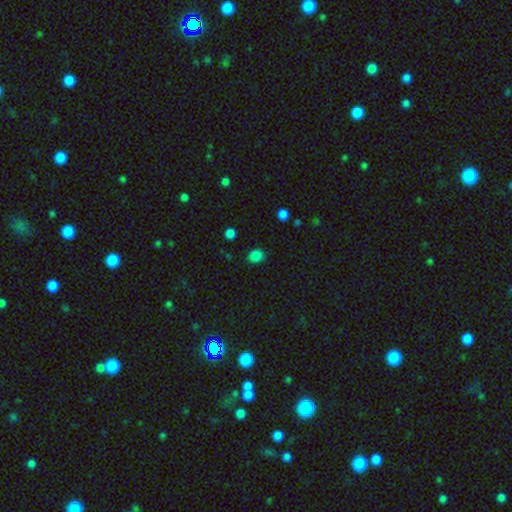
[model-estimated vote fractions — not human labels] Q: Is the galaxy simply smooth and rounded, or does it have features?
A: smooth — 83%.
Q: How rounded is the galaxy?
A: round — 64%.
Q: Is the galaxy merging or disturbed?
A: none — 85%.